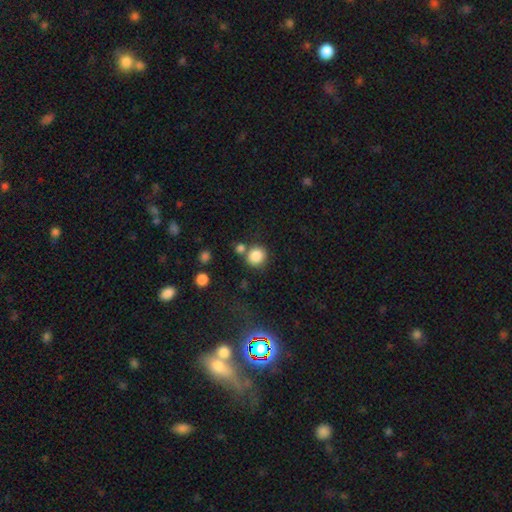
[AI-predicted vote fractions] A smooth galaxy with no disk features (85%) that is round (88%).

Vote fractions:
- Smooth or featured? smooth: 85% / star or artifact: 10% / featured or disk: 5%
- How rounded? round: 88% / in between: 11% / cigar-shaped: 1%
- Merging? none: 68% / merger: 17% / minor disturbance: 11% / major disturbance: 4%